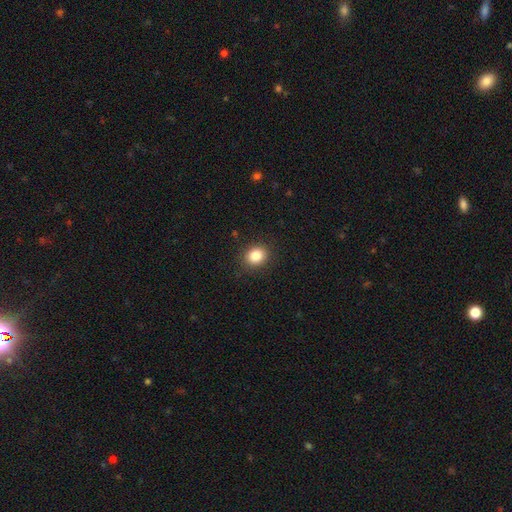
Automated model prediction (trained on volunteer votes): Smooth or featured?
  - smooth: 86% *
  - star or artifact: 10%
  - featured or disk: 4%
How rounded?
  - round: 64% *
  - in between: 35%
  - cigar-shaped: 1%
Merging?
  - none: 89% *
  - minor disturbance: 8%
  - major disturbance: 2%
  - merger: 1%